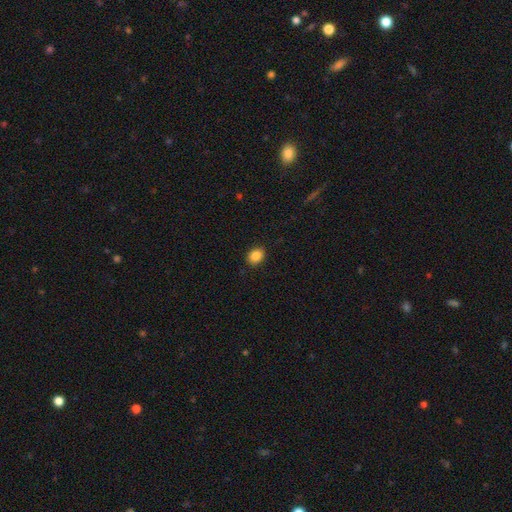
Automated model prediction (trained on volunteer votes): A smooth galaxy with no disk features (87%) that is in between round and cigar-shaped (54%). Merging: none (89%).